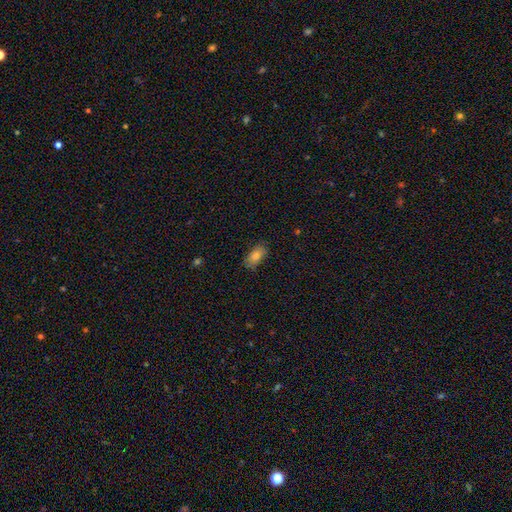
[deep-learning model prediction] A smooth galaxy with no disk features (78%) that is in between round and cigar-shaped (88%).

Vote fractions:
- Smooth or featured? smooth: 78% / featured or disk: 12% / star or artifact: 9%
- How rounded? in between: 88% / cigar-shaped: 7% / round: 5%
- Merging? none: 83% / minor disturbance: 14% / major disturbance: 3% / merger: 1%